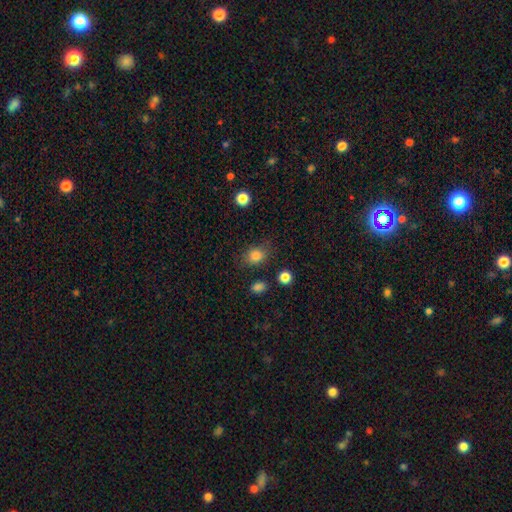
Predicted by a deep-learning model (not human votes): Smooth or featured: smooth — 82% (star or artifact — 11%)
How rounded: in between — 54% (round — 45%)
Merging: none — 76% (minor disturbance — 16%)